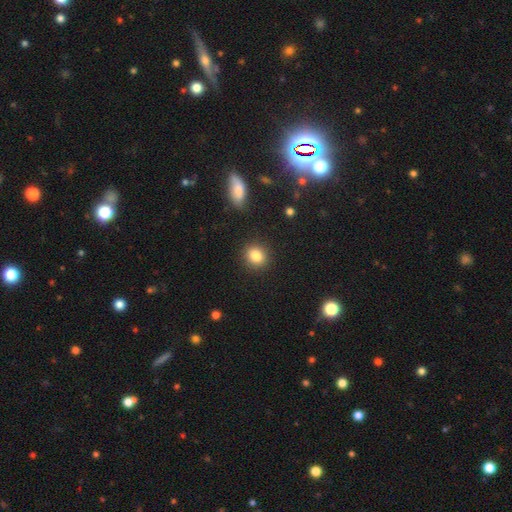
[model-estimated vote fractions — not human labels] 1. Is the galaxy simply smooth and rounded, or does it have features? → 84% smooth, 10% star or artifact, 6% featured or disk.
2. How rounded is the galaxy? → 75% round, 24% in between, 1% cigar-shaped.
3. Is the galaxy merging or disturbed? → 90% none, 7% minor disturbance, 2% major disturbance, 1% merger.